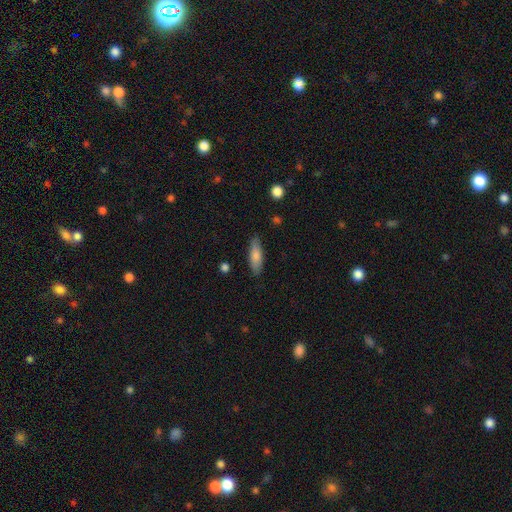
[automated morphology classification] type=smooth (78%); roundness=in between (51%); merging=none (85%).